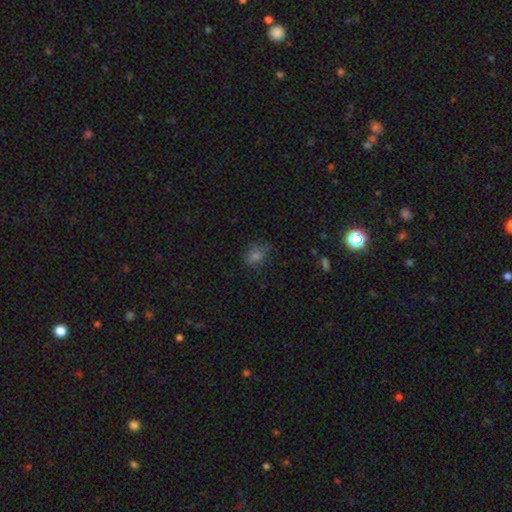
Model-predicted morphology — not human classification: Q: Smooth or featured?
A: smooth (68%); runner-up: star or artifact (23%)
Q: How rounded?
A: round (61%); runner-up: in between (37%)
Q: Merging?
A: none (70%); runner-up: minor disturbance (22%)